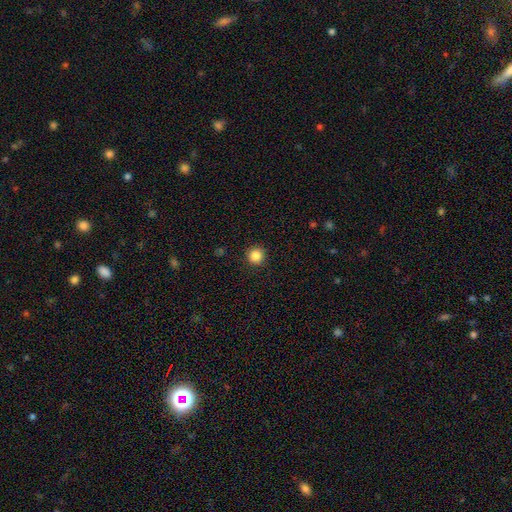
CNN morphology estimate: The model was most divided on "smooth or featured": smooth: 86%, star or artifact: 10%, featured or disk: 3%. More confident: how rounded — round (95%); merging — none (92%).